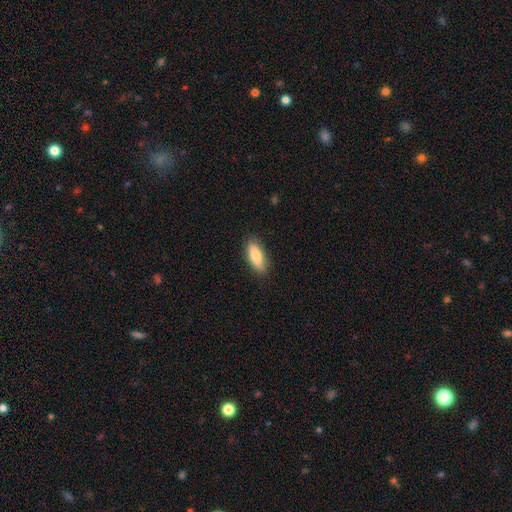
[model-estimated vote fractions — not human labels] Smooth or featured? Predicted: smooth (p=0.80). How rounded? Predicted: in between (p=0.76). Merging? Predicted: none (p=0.85).